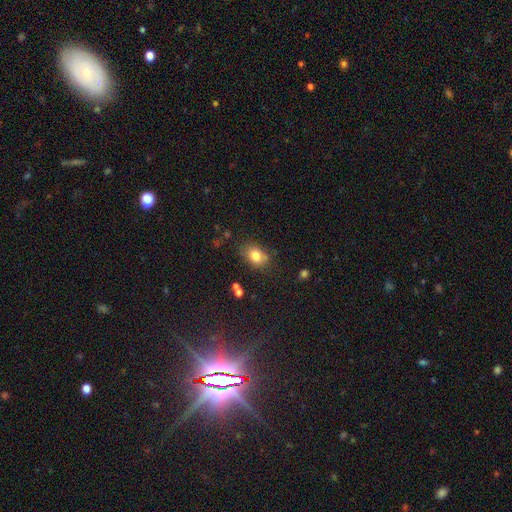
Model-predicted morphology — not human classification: smooth-or-featured: smooth: 79% | featured or disk: 10% | star or artifact: 10%
  how-rounded: in between: 71% | round: 28% | cigar-shaped: 1%
  merging: none: 70% | minor disturbance: 18% | merger: 7% | major disturbance: 5%